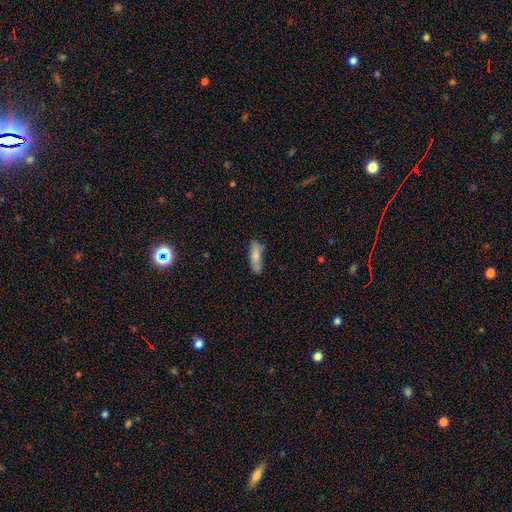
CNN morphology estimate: smooth-or-featured: smooth: 77% | featured or disk: 16% | star or artifact: 7%
  how-rounded: in between: 55% | cigar-shaped: 43% | round: 2%
  merging: none: 69% | minor disturbance: 22% | major disturbance: 5% | merger: 4%